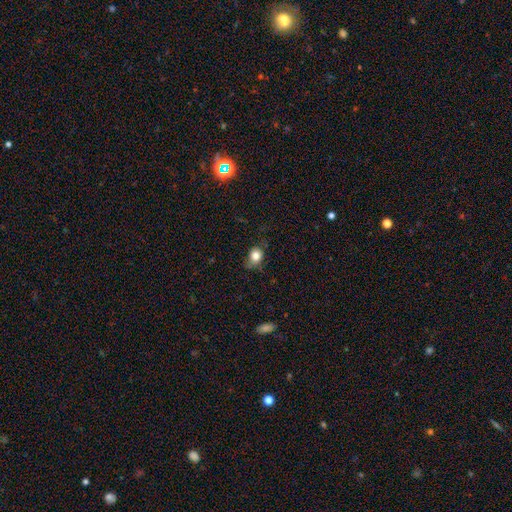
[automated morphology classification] Overall: smooth (81%). How rounded: round (57%; in between 42%). Merging: none (61%; minor disturbance 29%).